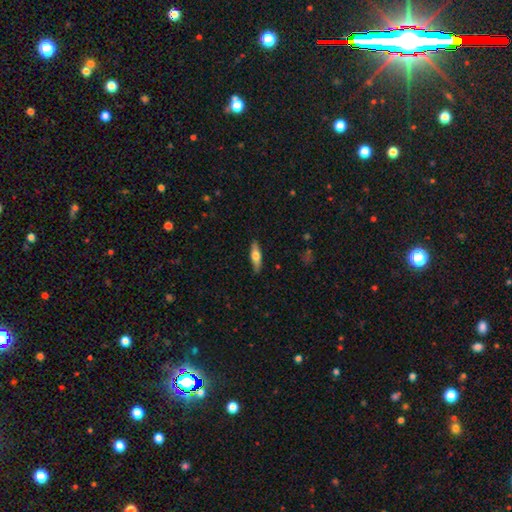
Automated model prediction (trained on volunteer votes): smooth_or_featured: smooth (p=0.58) [alt: featured or disk p=0.37]
how_rounded: cigar-shaped (p=0.57) [alt: in between p=0.41]
merging: none (p=0.88) [alt: minor disturbance p=0.09]